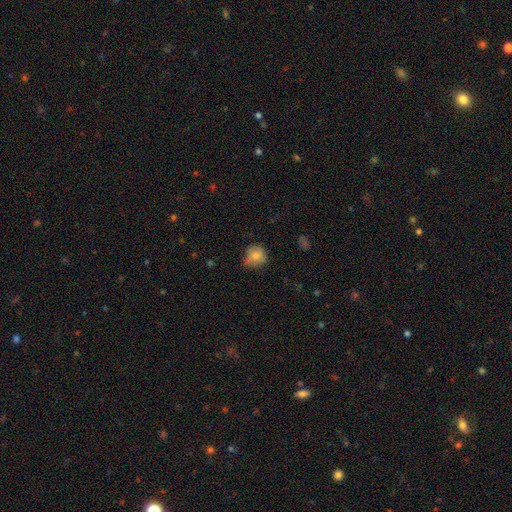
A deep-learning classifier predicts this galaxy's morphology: Smooth or featured? smooth (75%)
How rounded? round (79%)
Merging? none (55%)